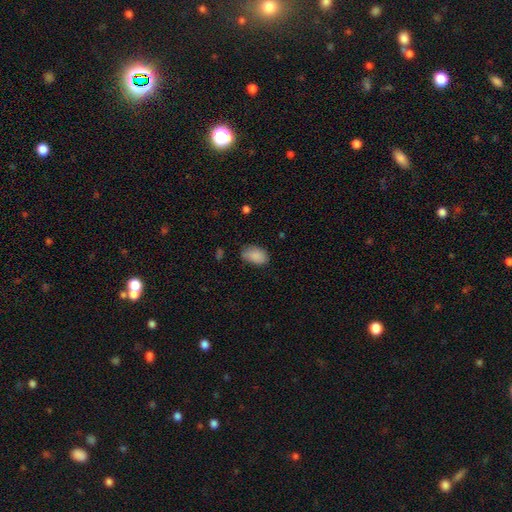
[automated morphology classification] smooth-or-featured: smooth: 88% | star or artifact: 7% | featured or disk: 5%
  how-rounded: in between: 92% | round: 7% | cigar-shaped: 1%
  merging: none: 71% | minor disturbance: 23% | major disturbance: 4% | merger: 2%